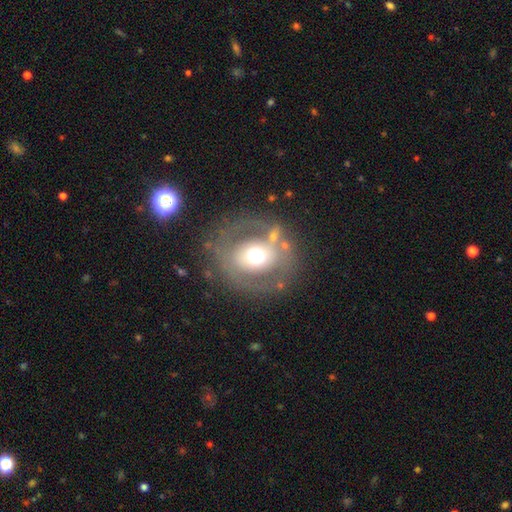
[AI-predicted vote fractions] Smooth or featured: featured or disk — 45% (smooth — 44%)
Merging: none — 69% (minor disturbance — 14%)